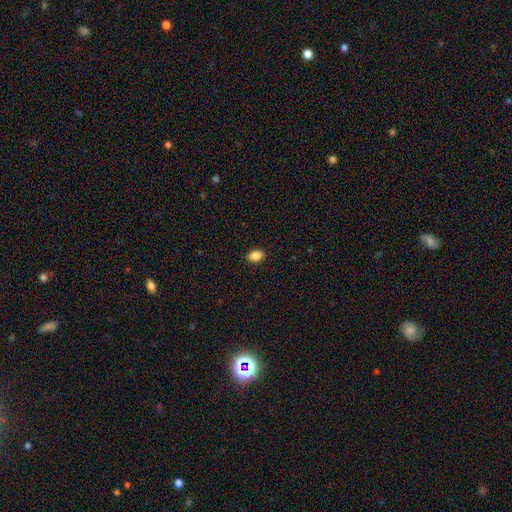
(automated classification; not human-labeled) smooth_or_featured: smooth (p=0.86) [alt: star or artifact p=0.09]
how_rounded: in between (p=0.78) [alt: round p=0.20]
merging: none (p=0.90) [alt: minor disturbance p=0.08]